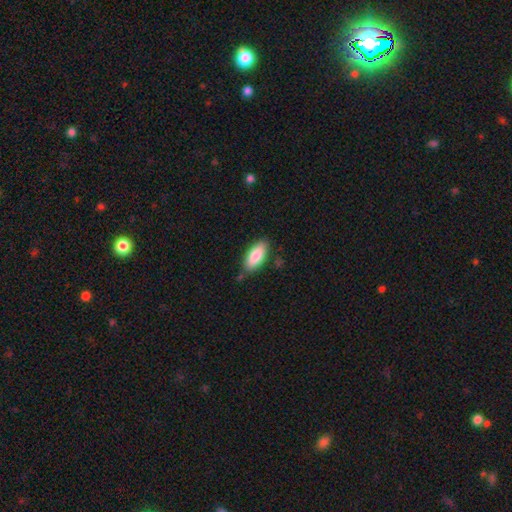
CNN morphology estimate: smooth-or-featured: smooth: 84% | featured or disk: 10% | star or artifact: 6%
  how-rounded: in between: 85% | cigar-shaped: 13% | round: 2%
  merging: none: 79% | minor disturbance: 15% | merger: 3% | major disturbance: 3%